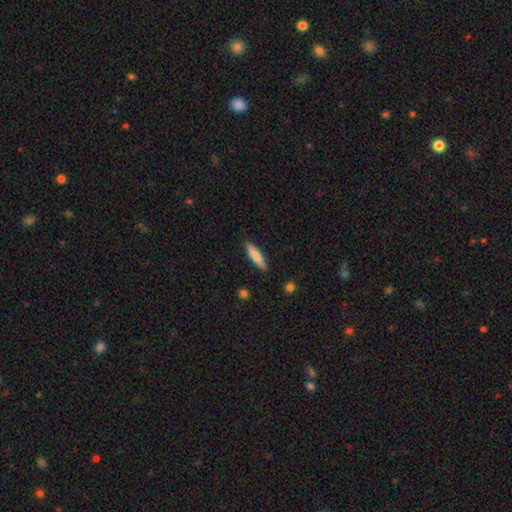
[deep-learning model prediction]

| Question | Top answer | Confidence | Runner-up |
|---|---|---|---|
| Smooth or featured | smooth | 77% | featured or disk (17%) |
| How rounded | cigar-shaped | 83% | in between (15%) |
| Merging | none | 89% | minor disturbance (8%) |